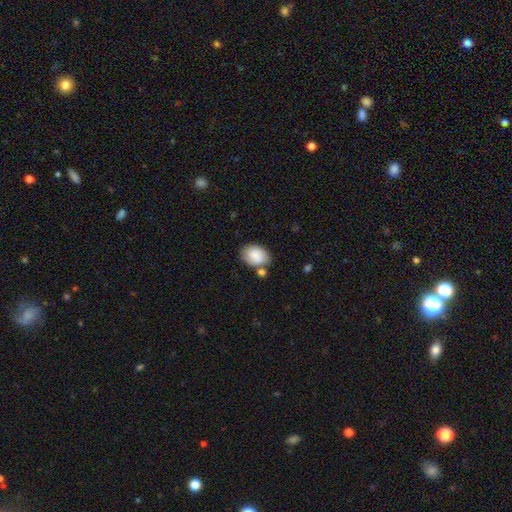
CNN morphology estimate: Q: Smooth or featured?
A: smooth (83%); runner-up: featured or disk (10%)
Q: How rounded?
A: in between (78%); runner-up: round (21%)
Q: Merging?
A: none (63%); runner-up: minor disturbance (19%)